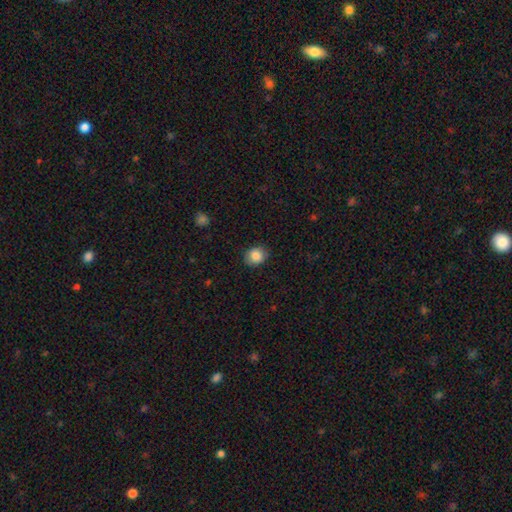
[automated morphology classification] This appears to be a smooth galaxy with no disk features (86%) that is round (63%). Merging: none (85%).